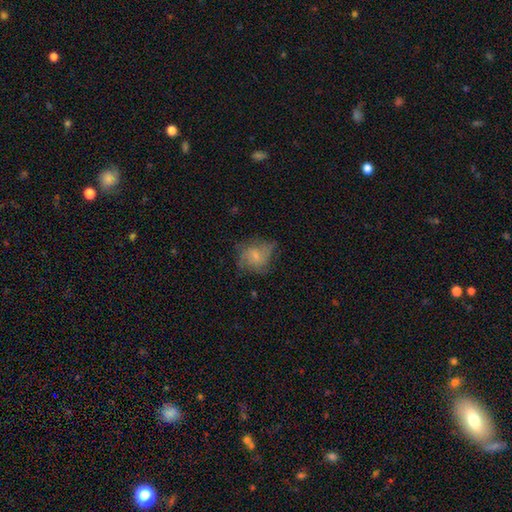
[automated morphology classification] Smooth or featured?
  - smooth: 45% * (tied)
  - featured or disk: 45% * (tied)
  - star or artifact: 11%
Merging?
  - none: 50% *
  - minor disturbance: 28%
  - major disturbance: 21%
  - merger: 2%